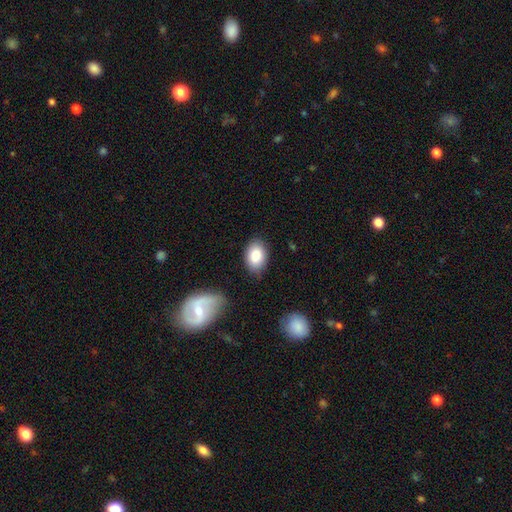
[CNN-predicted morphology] This is clearly a smooth galaxy (85%). How rounded: clearly in between (86%). Merging: likely none (79%).